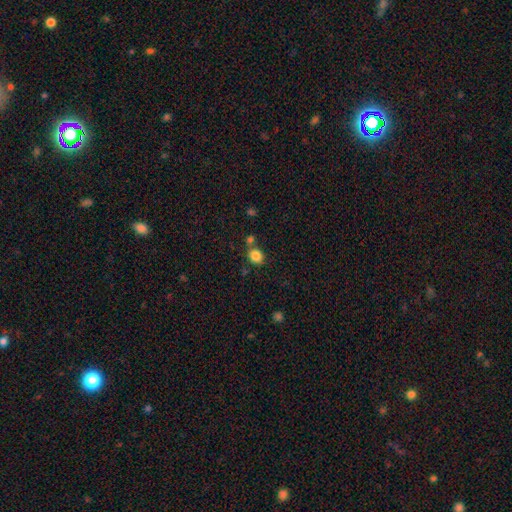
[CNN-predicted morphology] smooth-or-featured: smooth: 85% | star or artifact: 10% | featured or disk: 5%
  how-rounded: round: 59% | in between: 40% | cigar-shaped: 1%
  merging: none: 69% | merger: 16% | minor disturbance: 11% | major disturbance: 4%